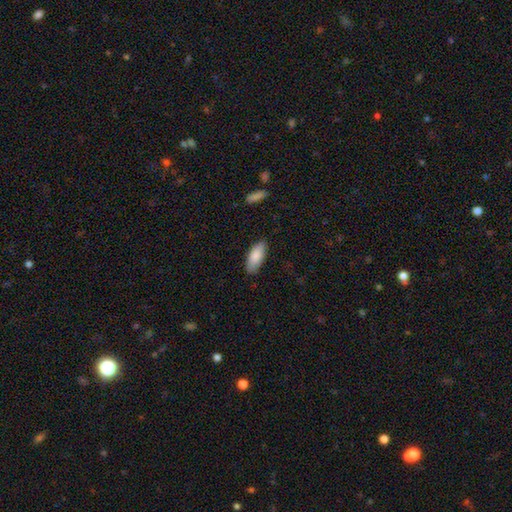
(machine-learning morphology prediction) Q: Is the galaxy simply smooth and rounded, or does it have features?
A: smooth — 85%.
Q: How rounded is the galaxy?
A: in between — 83%.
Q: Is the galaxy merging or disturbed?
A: none — 85%.